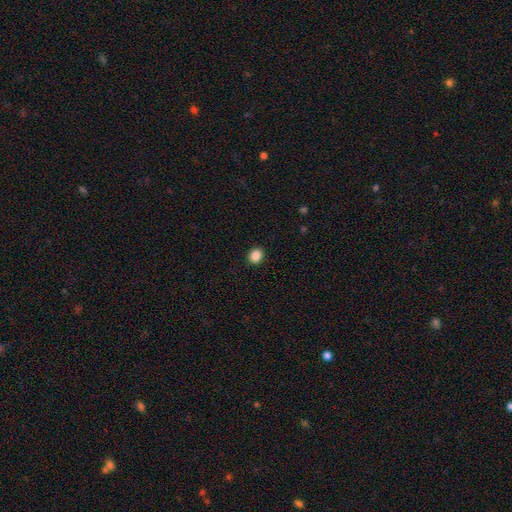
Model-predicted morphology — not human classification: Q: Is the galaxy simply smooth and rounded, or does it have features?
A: smooth — 88%.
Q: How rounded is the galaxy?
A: round — 62%.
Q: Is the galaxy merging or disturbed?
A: none — 91%.